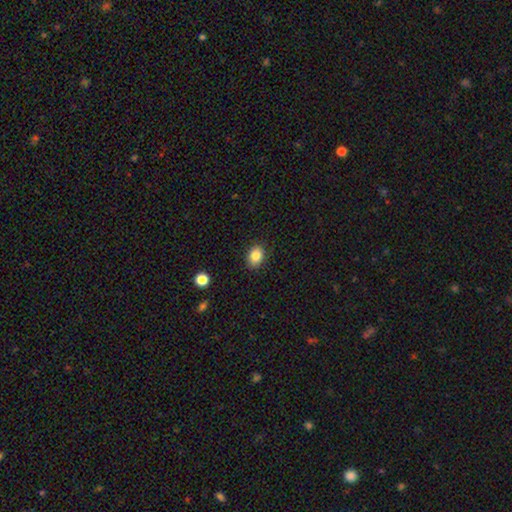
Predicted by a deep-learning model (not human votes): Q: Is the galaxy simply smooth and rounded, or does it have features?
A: smooth — 85%.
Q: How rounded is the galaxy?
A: in between — 66%.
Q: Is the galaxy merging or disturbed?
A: none — 88%.